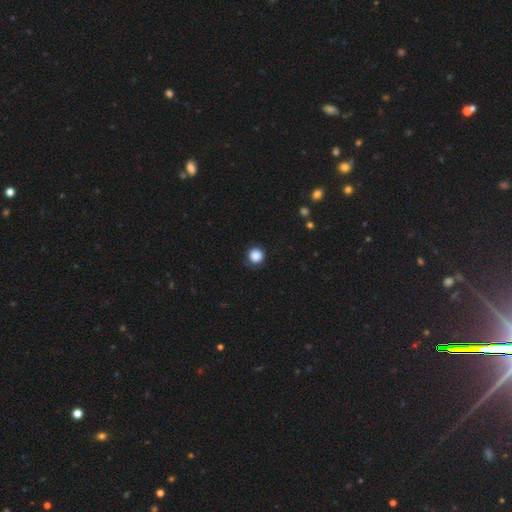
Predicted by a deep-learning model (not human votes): Morphology: type=smooth (87%); roundness=round (95%); merging=none (86%).